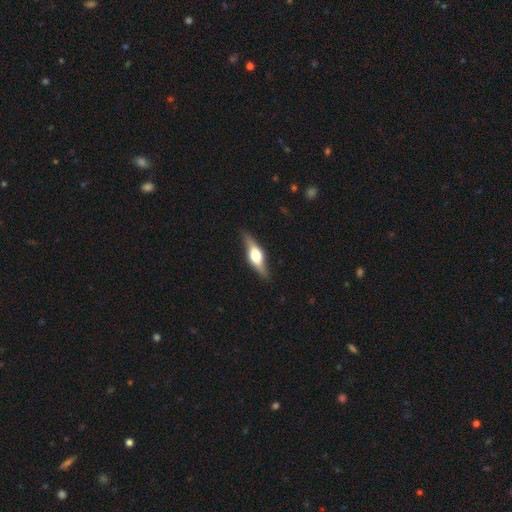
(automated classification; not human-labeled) A featured or disk galaxy (64%) viewed edge-on (91%) with a rounded central bulge (93%).

Vote fractions:
- Smooth or featured? featured or disk: 64% / smooth: 30% / star or artifact: 6%
- Edge-on disk? yes: 91% / no: 9%
- Edge-on bulge? rounded: 93% / boxy: 6% / none: 2%
- Merging? none: 84% / minor disturbance: 12% / major disturbance: 3% / merger: 1%